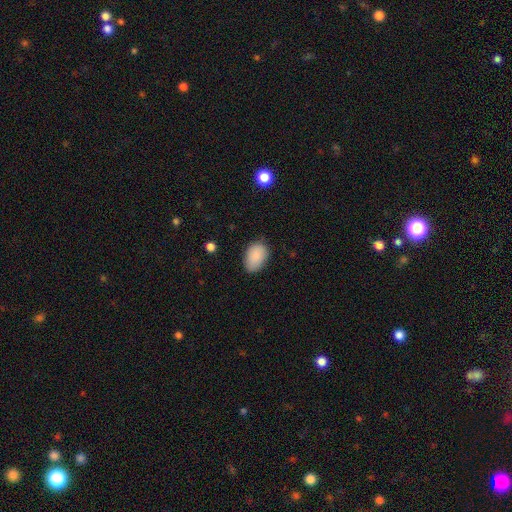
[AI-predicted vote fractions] smooth_or_featured: smooth (p=0.89) [alt: star or artifact p=0.07]
how_rounded: in between (p=0.87) [alt: round p=0.11]
merging: none (p=0.77) [alt: minor disturbance p=0.18]